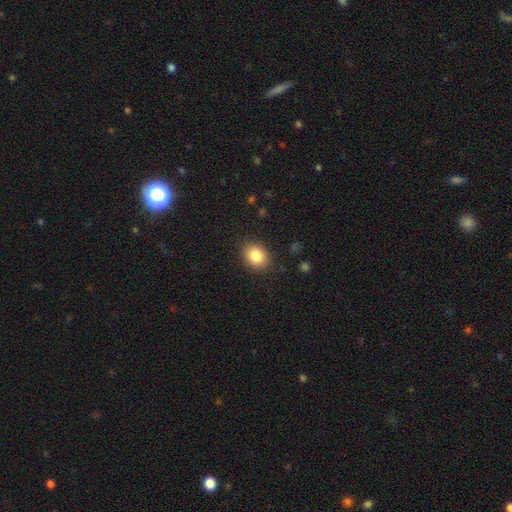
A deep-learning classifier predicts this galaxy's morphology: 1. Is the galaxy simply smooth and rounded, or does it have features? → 85% smooth, 9% star or artifact, 7% featured or disk.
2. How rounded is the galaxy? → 57% in between, 42% round, 1% cigar-shaped.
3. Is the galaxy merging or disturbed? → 88% none, 9% minor disturbance, 3% major disturbance, 1% merger.